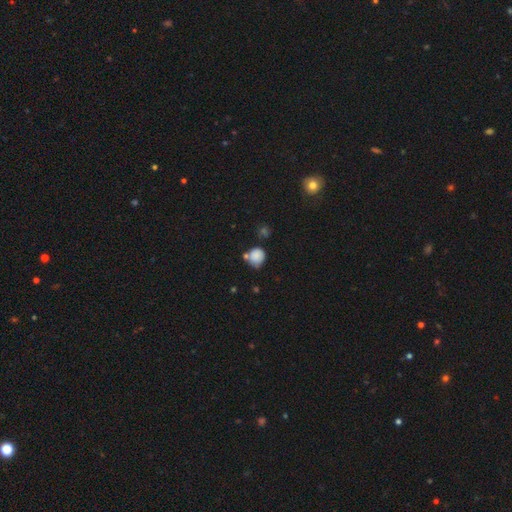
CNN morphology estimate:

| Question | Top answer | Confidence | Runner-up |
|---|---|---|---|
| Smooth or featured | smooth | 84% | star or artifact (10%) |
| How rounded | round | 79% | in between (20%) |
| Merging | none | 54% | minor disturbance (23%) |